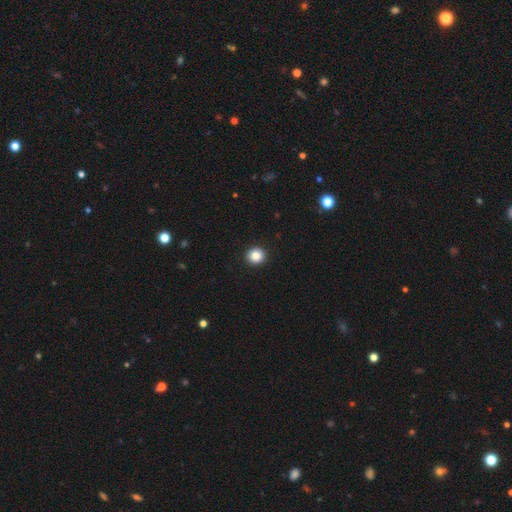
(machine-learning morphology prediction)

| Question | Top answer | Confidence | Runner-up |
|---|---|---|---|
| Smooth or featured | smooth | 86% | star or artifact (10%) |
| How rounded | round | 90% | in between (9%) |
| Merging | none | 94% | minor disturbance (4%) |